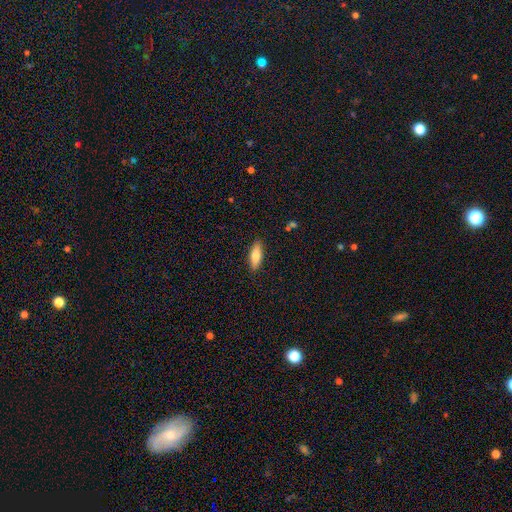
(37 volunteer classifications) A smooth galaxy with no disk features (86%) that is in between round and cigar-shaped (66%). Merging: none (92%).